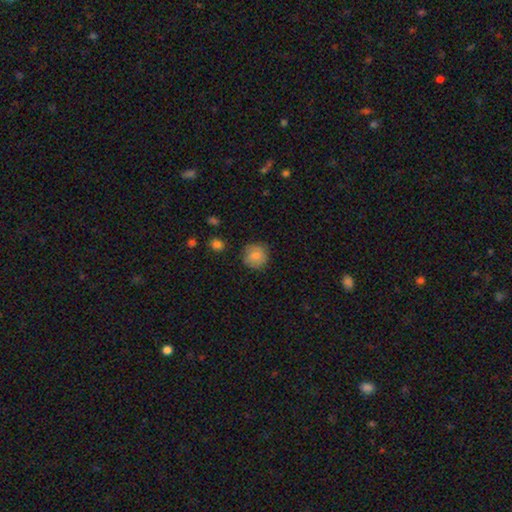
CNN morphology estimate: smooth-or-featured: smooth: 82% | featured or disk: 9% | star or artifact: 8%
  how-rounded: round: 90% | in between: 9% | cigar-shaped: 1%
  merging: none: 81% | minor disturbance: 14% | major disturbance: 4% | merger: 2%